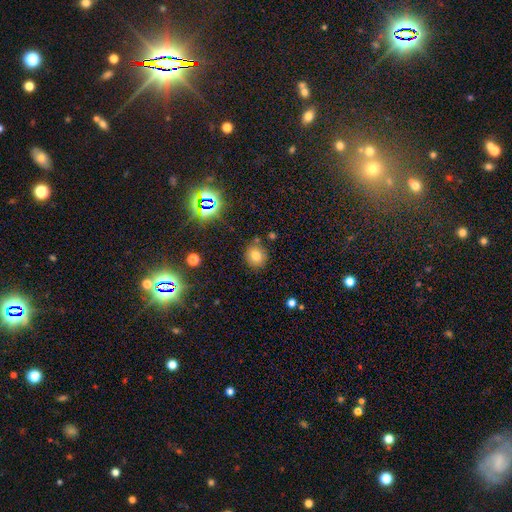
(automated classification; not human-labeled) A smooth galaxy with no disk features (74%) that is round (81%). Merging: none (80%).